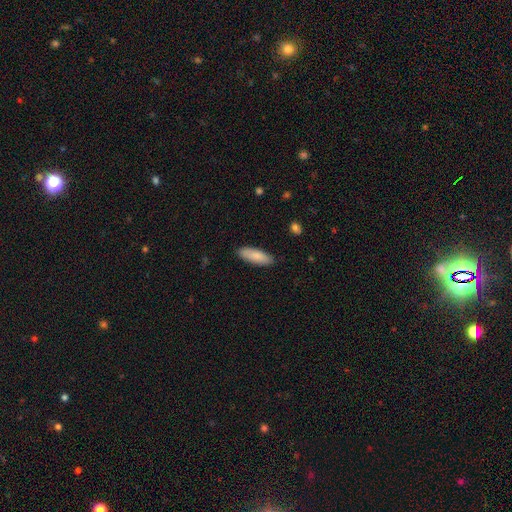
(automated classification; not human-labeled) The model was most divided on "how rounded": in between: 62%, cigar-shaped: 36%, round: 1%. More confident: merging — none (87%); smooth or featured — smooth (86%).